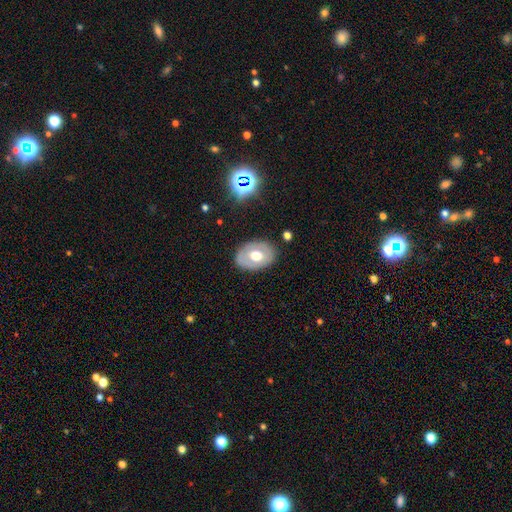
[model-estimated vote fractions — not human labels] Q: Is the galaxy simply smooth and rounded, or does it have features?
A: smooth — 54%.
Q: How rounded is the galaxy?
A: in between — 77%.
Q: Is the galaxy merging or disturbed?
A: none — 83%.